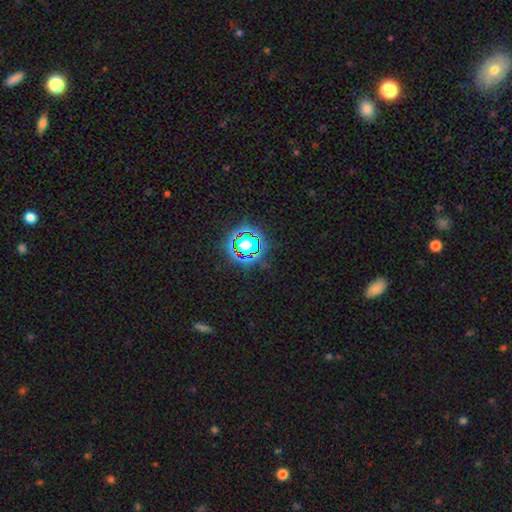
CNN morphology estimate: smooth_or_featured: star or artifact (p=0.78) [alt: smooth p=0.14]